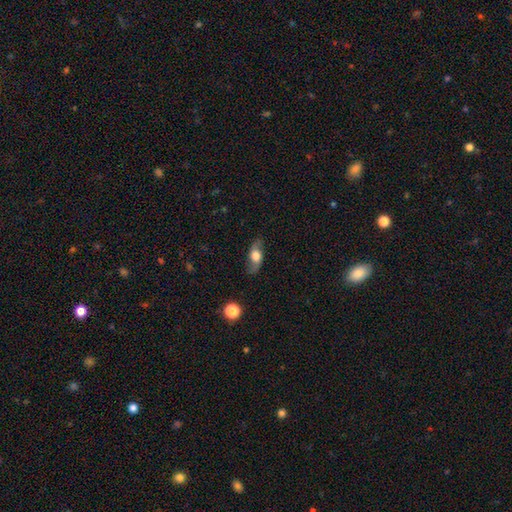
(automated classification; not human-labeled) This is possibly a featured or disk galaxy (50%). Merging: likely none (76%).